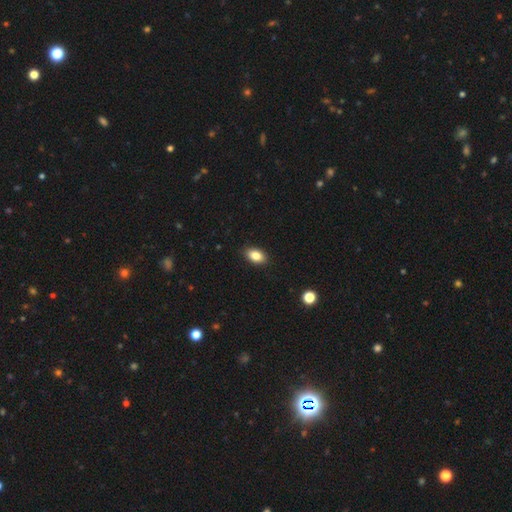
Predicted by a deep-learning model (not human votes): Overall: smooth (85%). How rounded: in between (89%). Merging: none (88%).